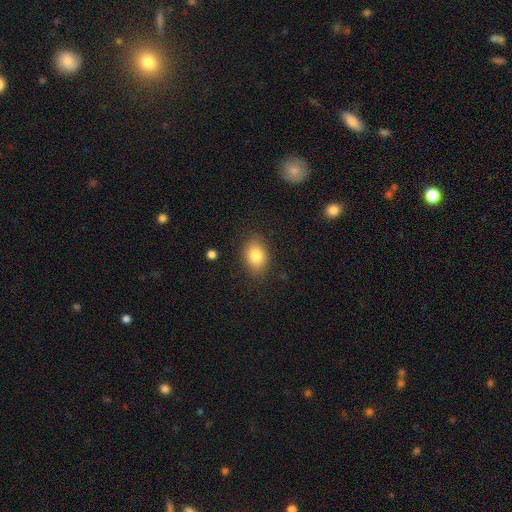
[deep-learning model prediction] The model was most divided on "how rounded": in between: 73%, round: 26%, cigar-shaped: 1%. More confident: merging — none (84%); smooth or featured — smooth (82%).